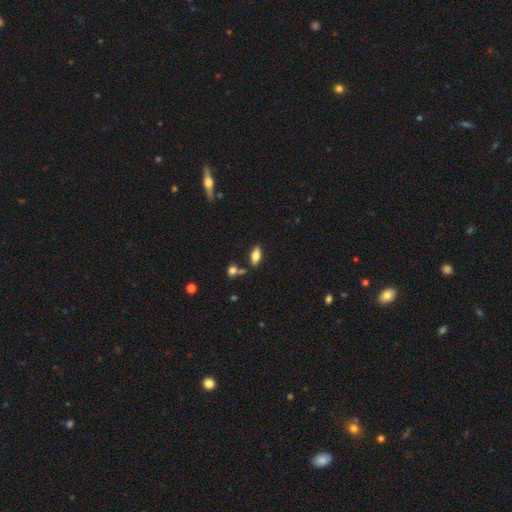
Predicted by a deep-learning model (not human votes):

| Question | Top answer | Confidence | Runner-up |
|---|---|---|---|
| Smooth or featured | smooth | 64% | featured or disk (28%) |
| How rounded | in between | 83% | cigar-shaped (14%) |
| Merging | none | 77% | minor disturbance (12%) |